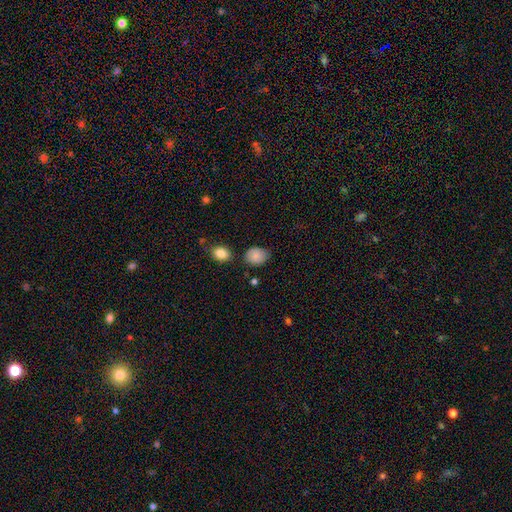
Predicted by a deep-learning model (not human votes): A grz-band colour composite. It shows a smooth galaxy with no disk features (84%) that is in between round and cigar-shaped (51%). Merging: none (72%).